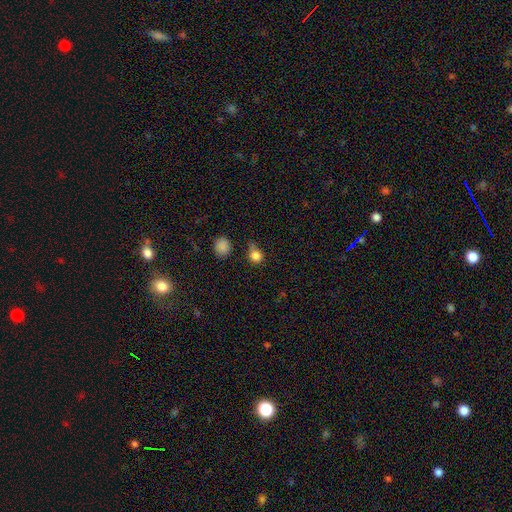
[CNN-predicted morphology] smooth-or-featured: smooth: 82% | star or artifact: 12% | featured or disk: 6%
  how-rounded: round: 77% | in between: 22% | cigar-shaped: 1%
  merging: none: 48% | minor disturbance: 32% | major disturbance: 13% | merger: 8%